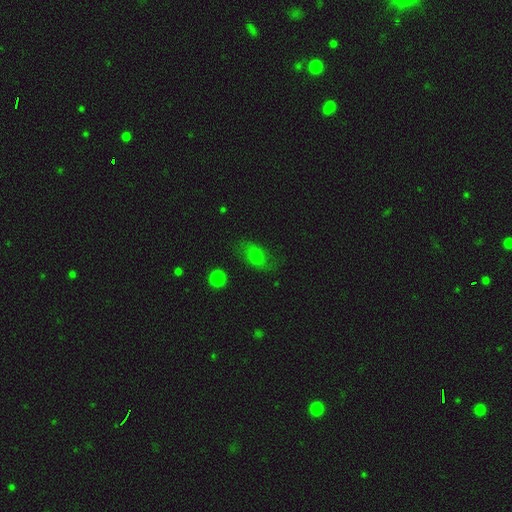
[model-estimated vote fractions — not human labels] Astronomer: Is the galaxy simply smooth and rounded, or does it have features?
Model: smooth — 62%.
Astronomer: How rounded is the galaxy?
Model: in between — 80%.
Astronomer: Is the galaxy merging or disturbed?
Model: none — 70%.